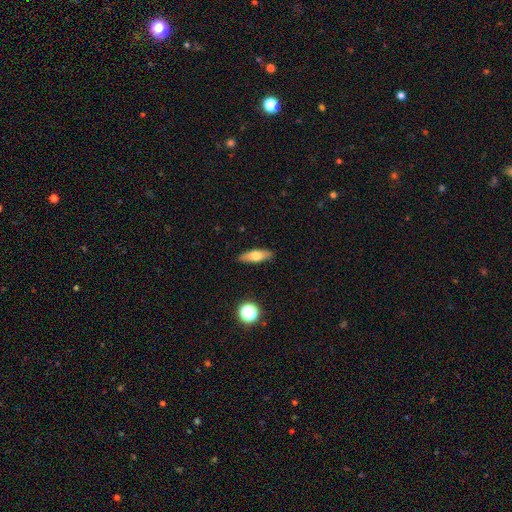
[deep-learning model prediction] Smooth or featured? Predicted: smooth (p=0.65). How rounded? Predicted: in between (p=0.50). Merging? Predicted: none (p=0.88).